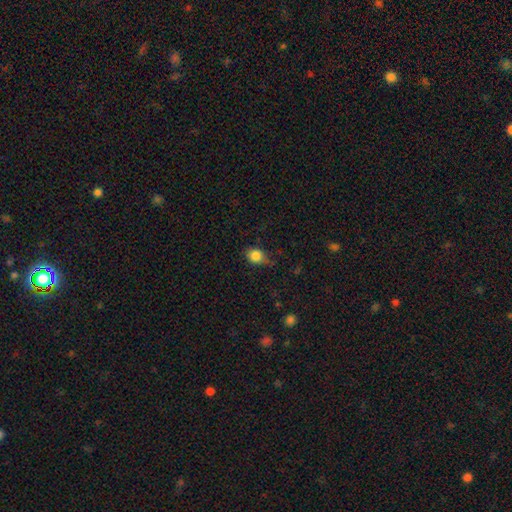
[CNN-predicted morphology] smooth_or_featured: smooth (p=0.84) [alt: star or artifact p=0.10]
how_rounded: round (p=0.62) [alt: in between p=0.36]
merging: none (p=0.59) [alt: minor disturbance p=0.32]